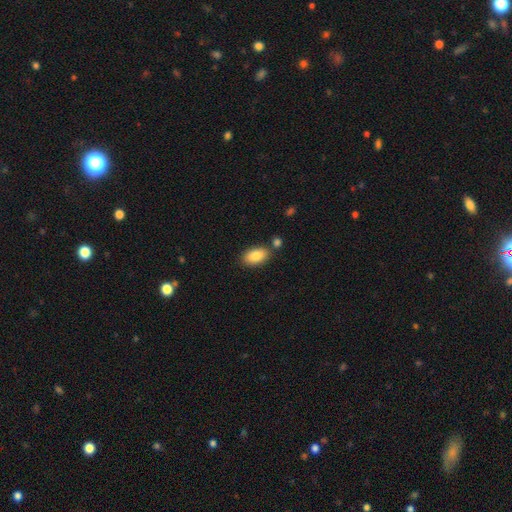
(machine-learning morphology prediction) Overall: smooth (85%). How rounded: in between (93%). Merging: none (77%).